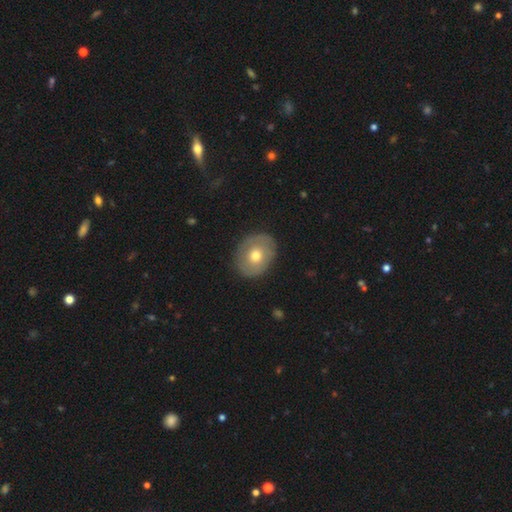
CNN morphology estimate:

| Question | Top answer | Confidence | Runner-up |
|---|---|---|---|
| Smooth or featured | smooth | 59% | featured or disk (34%) |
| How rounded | in between | 50% | round (49%) |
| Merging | none | 84% | minor disturbance (12%) |